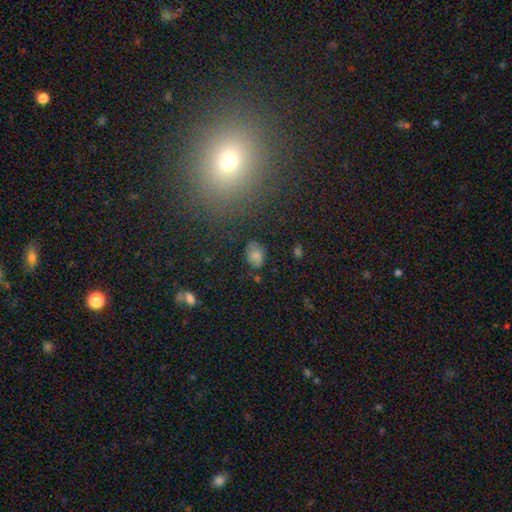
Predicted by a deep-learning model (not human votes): This appears to be a smooth galaxy with no disk features (69%) that is in between round and cigar-shaped (77%). Merging: none (69%).